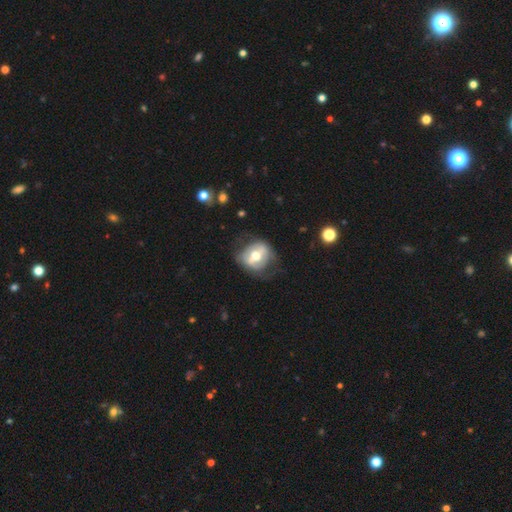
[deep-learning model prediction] A featured or disk galaxy (59%) with a strong bar (42%), no spiral arms (62%) and a moderate central bulge (68%).

Vote fractions:
- Smooth or featured? featured or disk: 59% / smooth: 34% / star or artifact: 7%
- Edge-on disk? no: 92% / yes: 8%
- Bar? strong: 42% / weak: 35% / no: 23%
- Spiral arms? no: 62% / yes: 38%
- Bulge size? moderate: 68% / large: 18% / small: 11% / dominant: 2% / none: 1%
- Merging? none: 58% / minor disturbance: 23% / major disturbance: 17% / merger: 2%